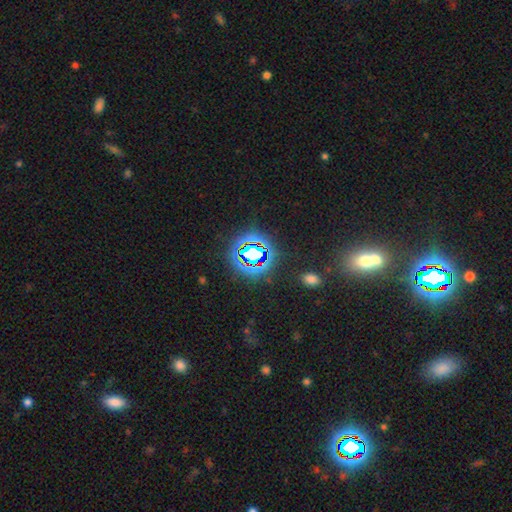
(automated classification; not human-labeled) Smooth or featured? Predicted: star or artifact (p=0.73).